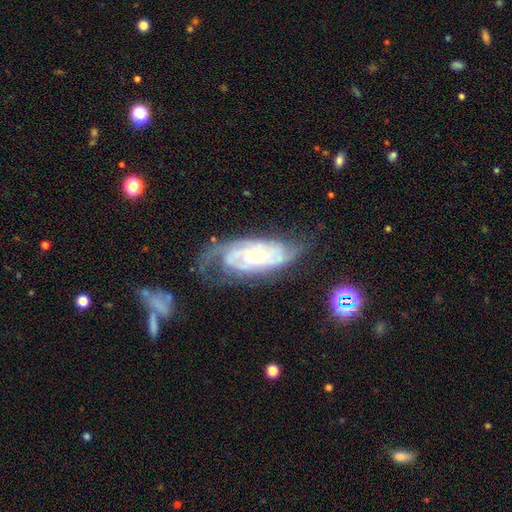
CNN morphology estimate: Smooth or featured: featured or disk — 84% (smooth — 10%)
Edge-on disk: no — 93% (yes — 7%)
Bar: no — 69% (weak — 24%)
Spiral arms: yes — 94% (no — 6%)
Spiral winding: tight — 62% (medium — 30%)
Spiral arm count: can't tell — 35% (2 — 27%)
Bulge size: small — 69% (moderate — 27%)
Merging: none — 56% (minor disturbance — 24%)